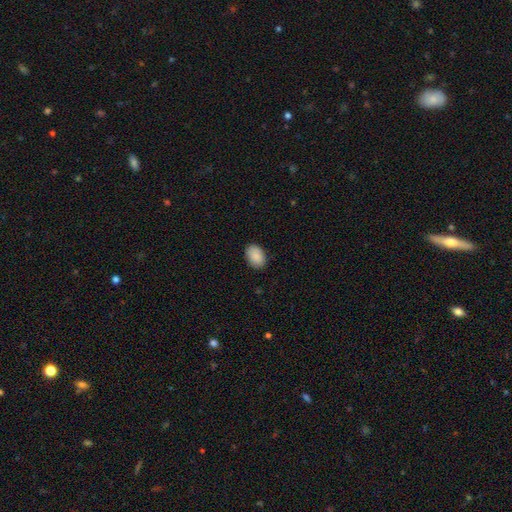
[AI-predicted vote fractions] A smooth galaxy with no disk features (90%) that is in between round and cigar-shaped (84%). Merging: none (87%).